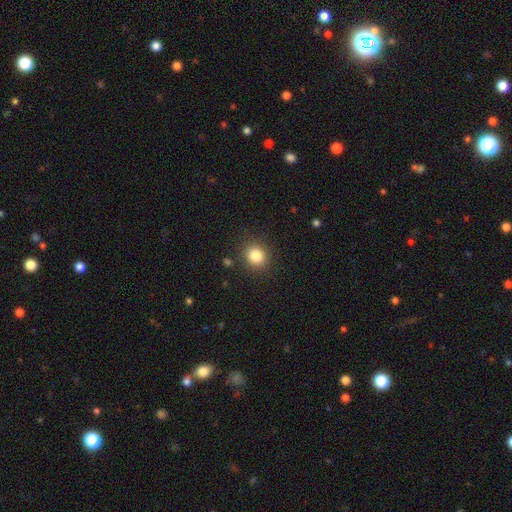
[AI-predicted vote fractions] Smooth or featured? smooth (84%)
How rounded? round (84%)
Merging? none (87%)